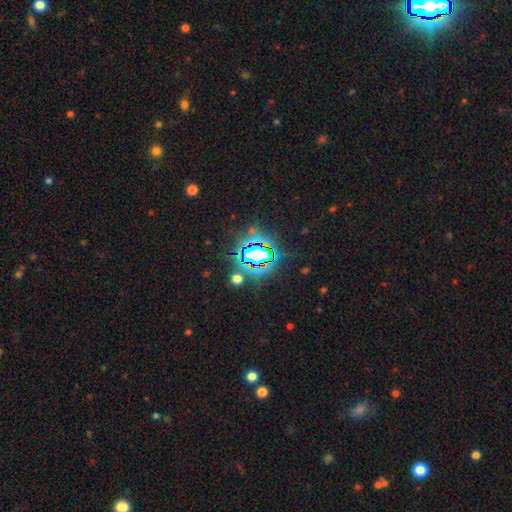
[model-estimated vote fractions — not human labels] This appears to be a star or artifact, not a galaxy (72%).